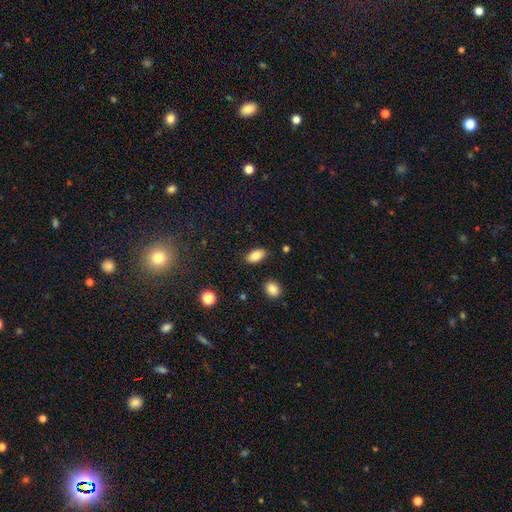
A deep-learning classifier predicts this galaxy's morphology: smooth 82%, featured or disk 9%, star or artifact 8%. Down the decision tree: how rounded — in between (91%); merging — none (86%).